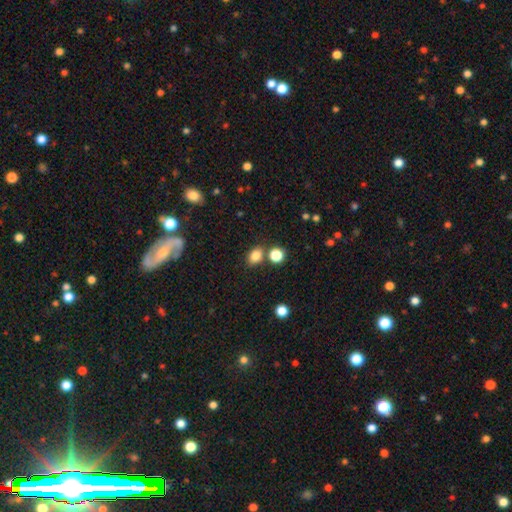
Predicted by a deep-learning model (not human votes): This is clearly a smooth galaxy (82%). How rounded: likely in between (62%). Merging: likely none (74%).